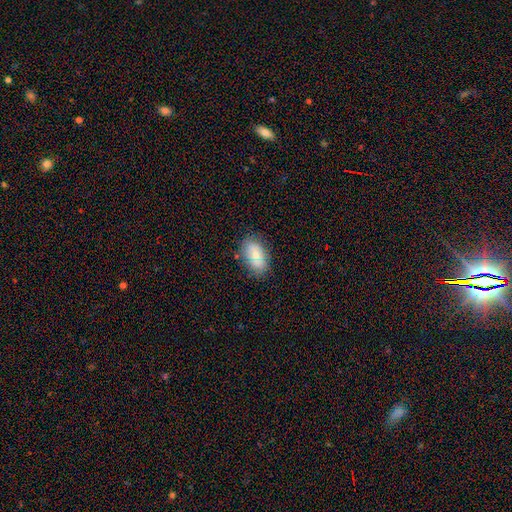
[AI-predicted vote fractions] This appears to be a smooth galaxy with no disk features (70%) that is in between round and cigar-shaped (89%). Merging: none (78%).